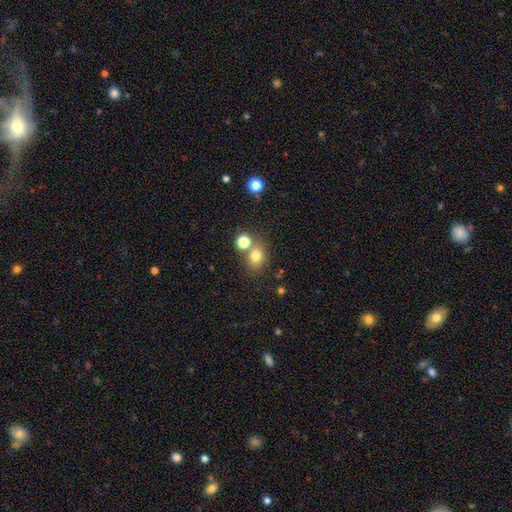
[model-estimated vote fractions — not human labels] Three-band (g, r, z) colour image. It shows a smooth galaxy with no disk features (75%) that is round (56%). Merging: none (62%).